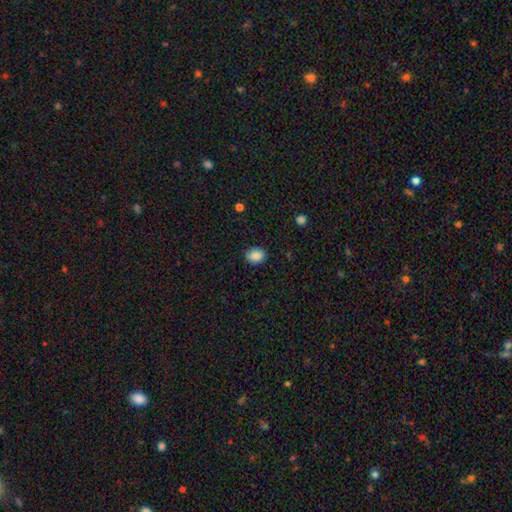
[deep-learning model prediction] A smooth galaxy with no disk features (88%) that is in between round and cigar-shaped (54%). Merging: none (87%).